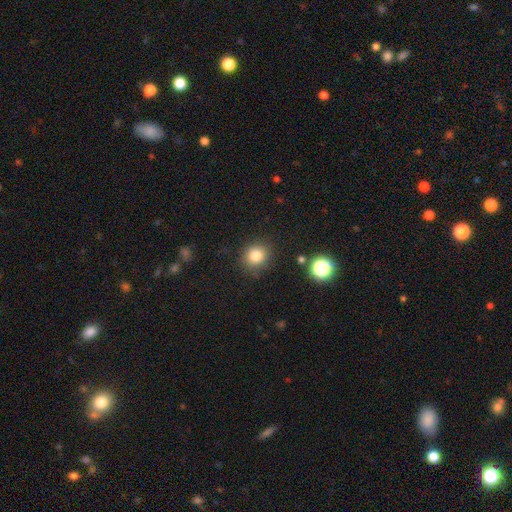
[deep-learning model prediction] smooth-or-featured: smooth: 82% | star or artifact: 12% | featured or disk: 6%
  how-rounded: round: 82% | in between: 18% | cigar-shaped: 1%
  merging: none: 86% | minor disturbance: 9% | major disturbance: 3% | merger: 2%